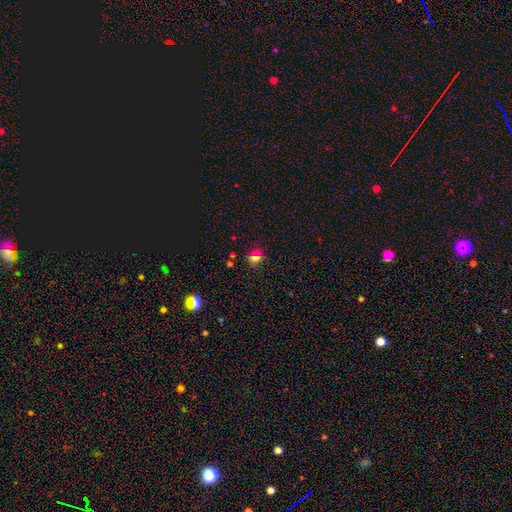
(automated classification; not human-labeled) Smooth or featured? smooth (64%)
How rounded? round (68%)
Merging? none (81%)